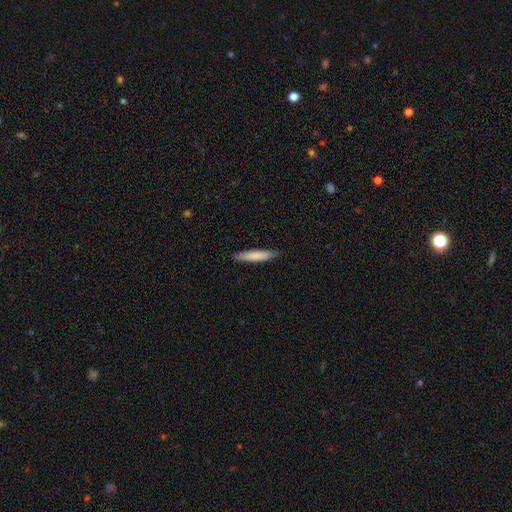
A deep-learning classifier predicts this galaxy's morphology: This appears to be a smooth galaxy with no disk features (80%) that is cigar-shaped (90%). Merging: none (89%).